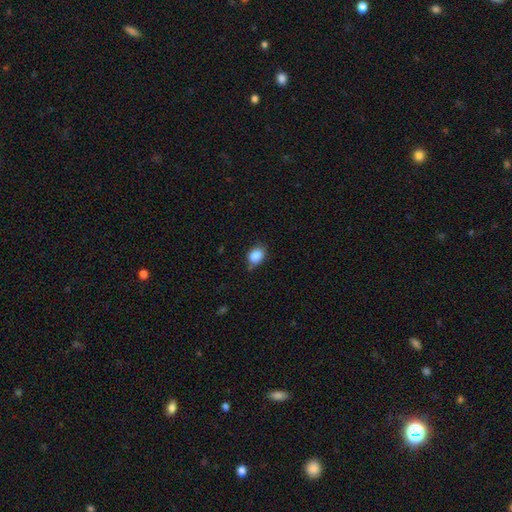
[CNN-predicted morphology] Q: Smooth or featured?
A: smooth (86%); runner-up: star or artifact (9%)
Q: How rounded?
A: in between (68%); runner-up: round (31%)
Q: Merging?
A: none (63%); runner-up: minor disturbance (28%)